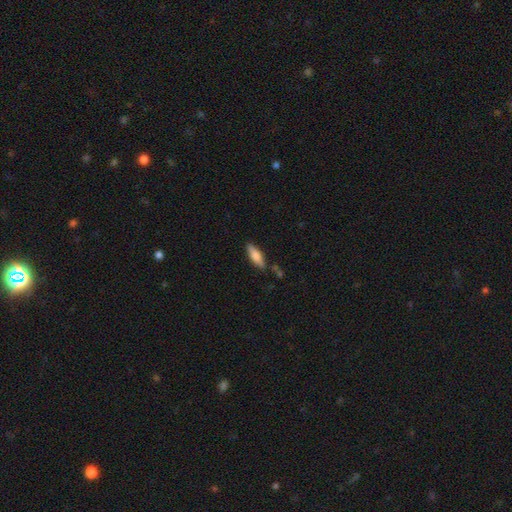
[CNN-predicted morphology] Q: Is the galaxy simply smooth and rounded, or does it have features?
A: smooth — 71%.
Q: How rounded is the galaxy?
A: cigar-shaped — 50%.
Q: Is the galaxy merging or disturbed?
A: none — 80%.